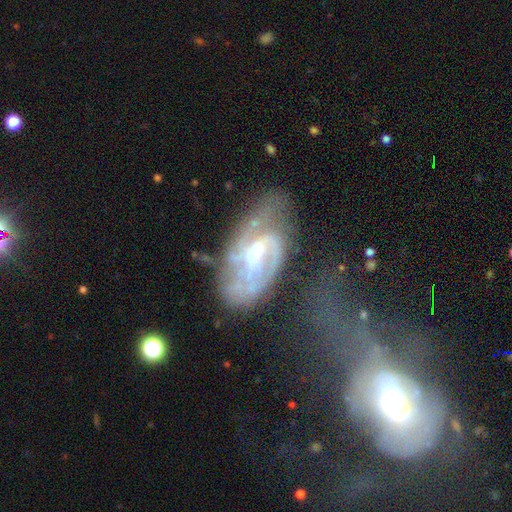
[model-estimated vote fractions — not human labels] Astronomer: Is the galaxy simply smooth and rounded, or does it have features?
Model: featured or disk — 80%.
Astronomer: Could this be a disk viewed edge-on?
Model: no — 95%.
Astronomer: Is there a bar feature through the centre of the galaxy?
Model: weak — 46% (runner-up: no, 37%).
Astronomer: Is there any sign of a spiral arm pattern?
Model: yes — 88%.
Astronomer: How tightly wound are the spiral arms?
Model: tight — 46% (runner-up: medium, 39%).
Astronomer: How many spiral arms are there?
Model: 2 — 35% (runner-up: can't tell, 34%).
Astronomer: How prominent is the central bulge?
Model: small — 45% (runner-up: moderate, 30%).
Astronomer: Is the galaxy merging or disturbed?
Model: none — 45% (runner-up: major disturbance, 24%).